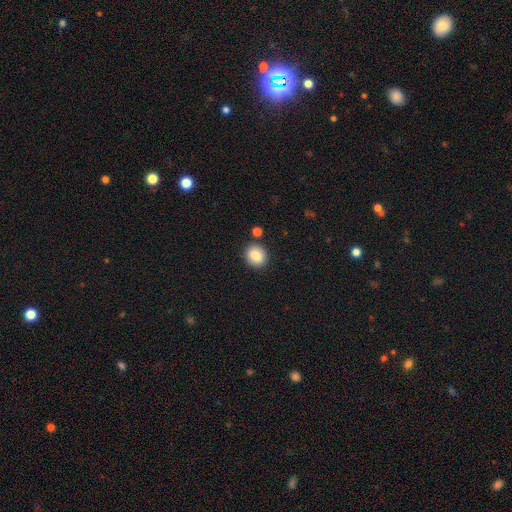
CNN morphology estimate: This appears to be a smooth galaxy with no disk features (85%) that is round (71%). Merging: none (86%).